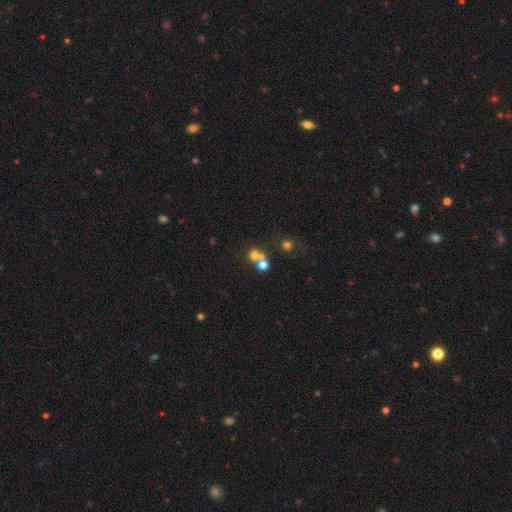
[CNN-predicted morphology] Smooth or featured?
  - smooth: 65% *
  - star or artifact: 20%
  - featured or disk: 15%
How rounded?
  - round: 85% *
  - in between: 14%
  - cigar-shaped: 1%
Merging?
  - none: 46% *
  - merger: 44%
  - minor disturbance: 6%
  - major disturbance: 4%